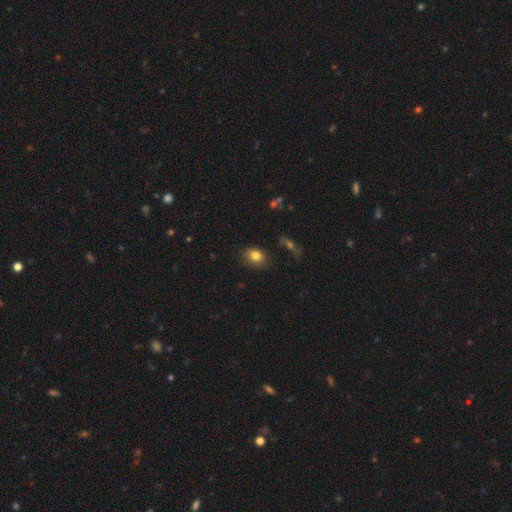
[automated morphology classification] This appears to be a smooth galaxy with no disk features (81%) that is in between round and cigar-shaped (50%). Merging: none (82%).